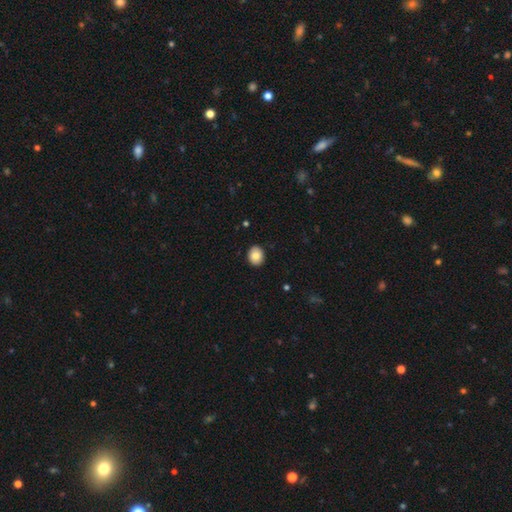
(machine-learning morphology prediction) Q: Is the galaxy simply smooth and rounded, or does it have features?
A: smooth — 83%.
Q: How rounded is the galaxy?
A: round — 61%.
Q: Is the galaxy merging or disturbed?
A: none — 91%.